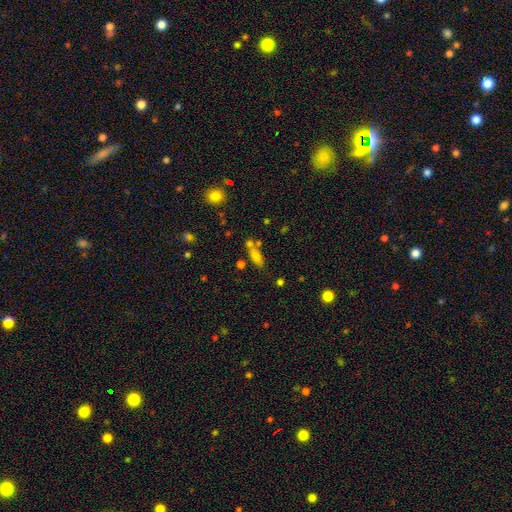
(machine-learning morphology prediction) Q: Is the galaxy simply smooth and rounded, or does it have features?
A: smooth — 74%.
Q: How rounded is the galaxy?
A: in between — 60%.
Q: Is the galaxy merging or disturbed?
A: none — 58%.